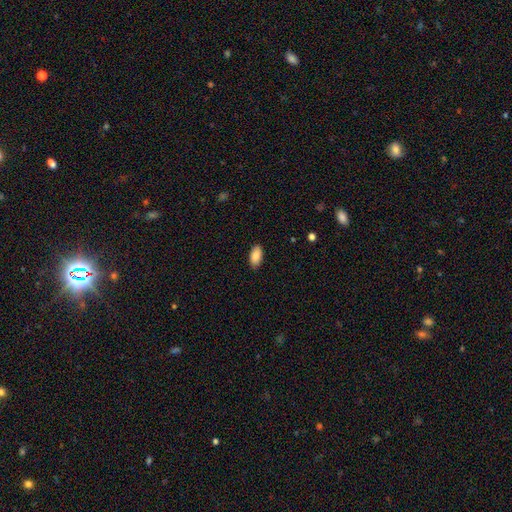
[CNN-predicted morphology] The model was most divided on "merging": none: 88%, minor disturbance: 9%, major disturbance: 2%, merger: 1%. More confident: how rounded — in between (93%); smooth or featured — smooth (88%).